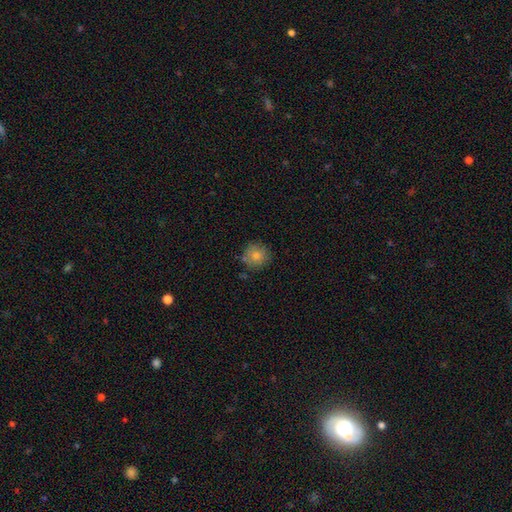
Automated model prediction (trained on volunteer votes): Smooth or featured? Predicted: smooth (p=0.80). How rounded? Predicted: round (p=0.93). Merging? Predicted: none (p=0.80).